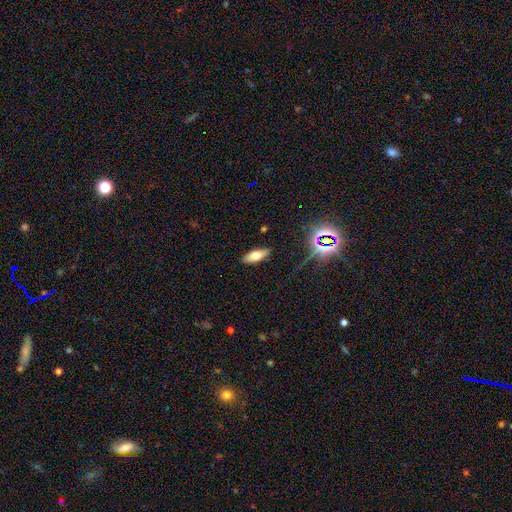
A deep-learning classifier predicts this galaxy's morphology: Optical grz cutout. It shows a smooth galaxy with no disk features (65%) that is in between round and cigar-shaped (75%). Merging: none (87%).